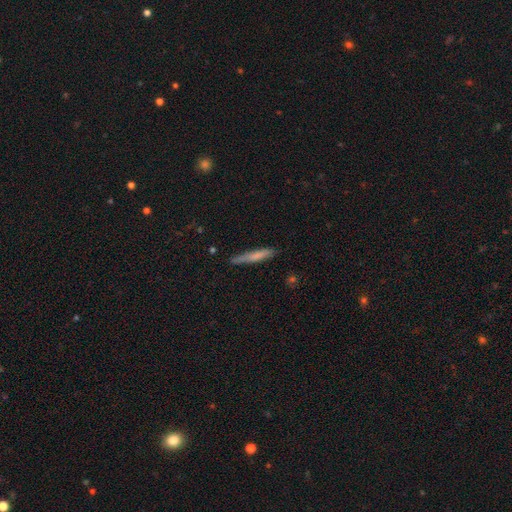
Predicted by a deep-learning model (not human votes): A smooth galaxy with no disk features (65%) that is cigar-shaped (94%). Merging: none (77%).